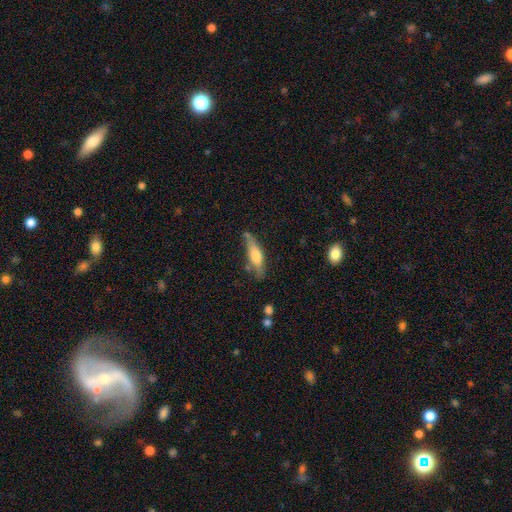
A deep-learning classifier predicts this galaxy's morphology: Smooth or featured?
  - smooth: 60% *
  - featured or disk: 34%
  - star or artifact: 6%
How rounded?
  - cigar-shaped: 59% *
  - in between: 39%
  - round: 2%
Merging?
  - none: 64% *
  - minor disturbance: 24%
  - major disturbance: 6%
  - merger: 6%